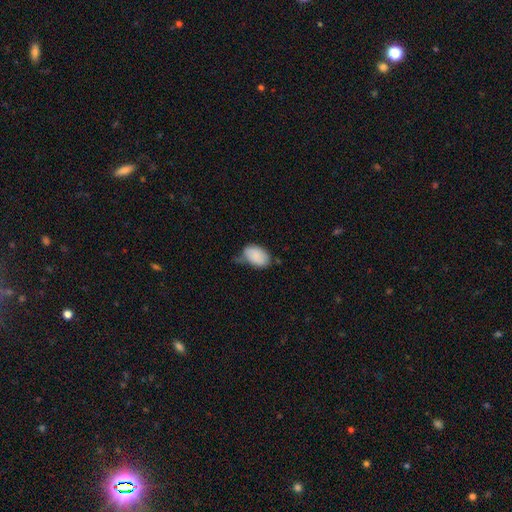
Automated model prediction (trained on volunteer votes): Smooth or featured? Predicted: smooth (p=0.85). How rounded? Predicted: in between (p=0.90). Merging? Predicted: minor disturbance (p=0.42).